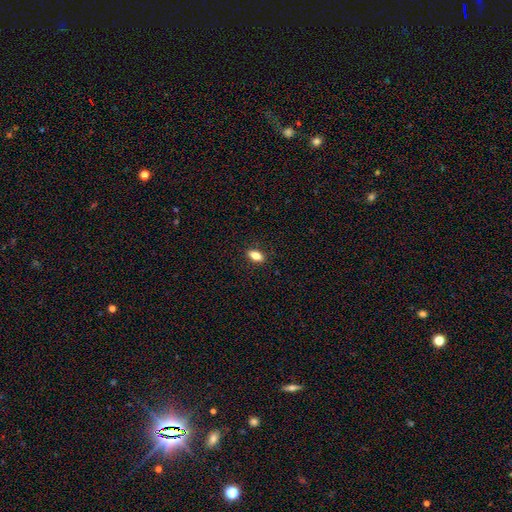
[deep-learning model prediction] A smooth galaxy with no disk features (81%) that is in between round and cigar-shaped (84%). Merging: none (88%).